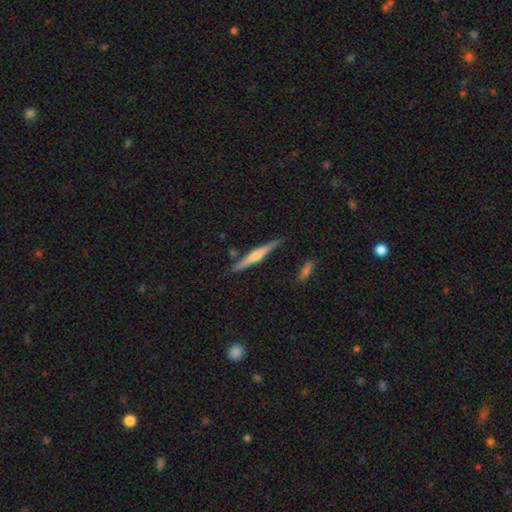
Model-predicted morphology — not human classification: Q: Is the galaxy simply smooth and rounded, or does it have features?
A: featured or disk — 65%.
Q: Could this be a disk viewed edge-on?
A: yes — 97%.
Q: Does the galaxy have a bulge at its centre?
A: rounded — 78%.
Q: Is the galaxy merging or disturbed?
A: none — 83%.